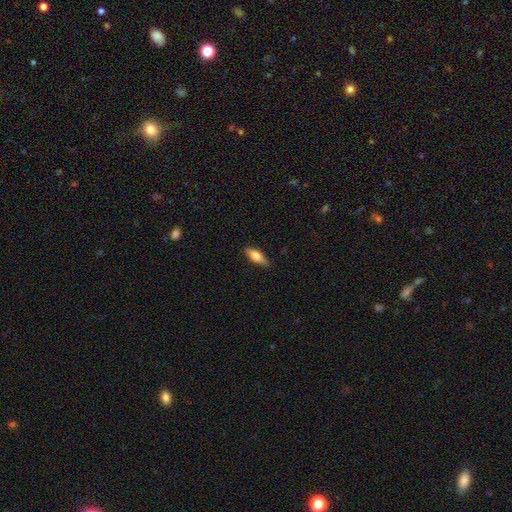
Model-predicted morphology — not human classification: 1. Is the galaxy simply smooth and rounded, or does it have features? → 67% smooth, 26% featured or disk, 6% star or artifact.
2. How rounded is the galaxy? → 63% in between, 35% cigar-shaped, 3% round.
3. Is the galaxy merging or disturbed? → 84% none, 12% minor disturbance, 2% major disturbance, 1% merger.